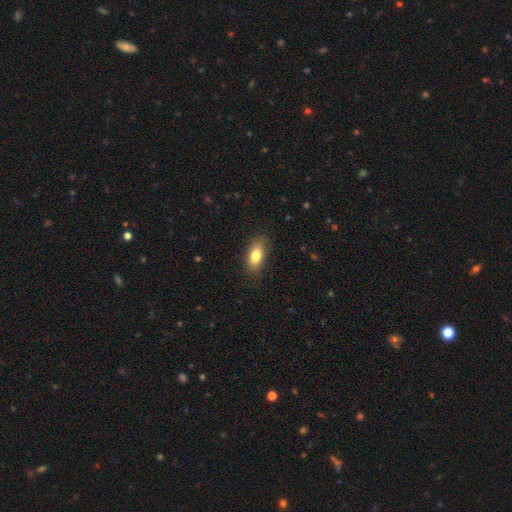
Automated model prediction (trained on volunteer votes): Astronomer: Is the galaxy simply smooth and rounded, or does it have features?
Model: smooth — 80%.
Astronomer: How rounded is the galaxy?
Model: in between — 84%.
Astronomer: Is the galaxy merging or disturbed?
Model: none — 83%.